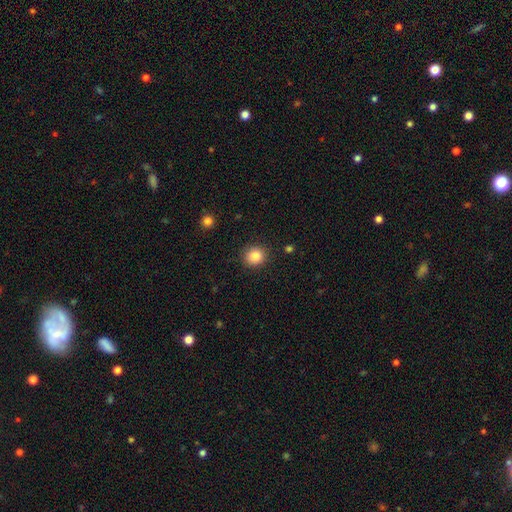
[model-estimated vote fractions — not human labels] Morphology: type=smooth (85%); roundness=round (87%); merging=none (89%).